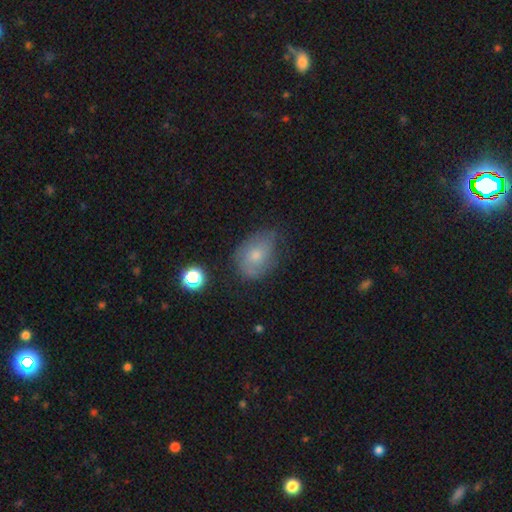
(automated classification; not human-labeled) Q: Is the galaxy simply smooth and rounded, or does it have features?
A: smooth — 59%.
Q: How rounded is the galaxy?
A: in between — 69%.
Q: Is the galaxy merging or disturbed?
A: none — 50%.